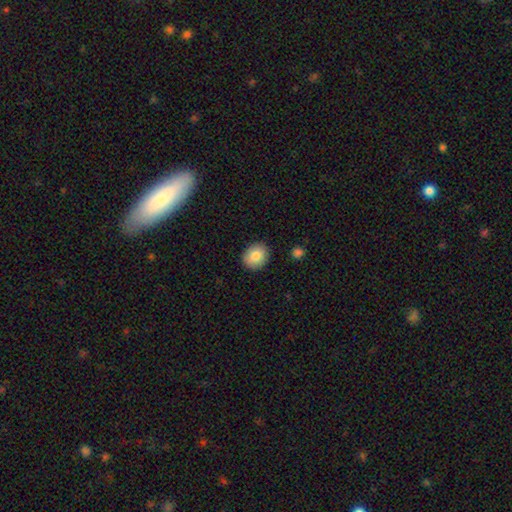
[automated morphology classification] Overall: smooth (83%). How rounded: round (68%; in between 31%). Merging: none (89%).